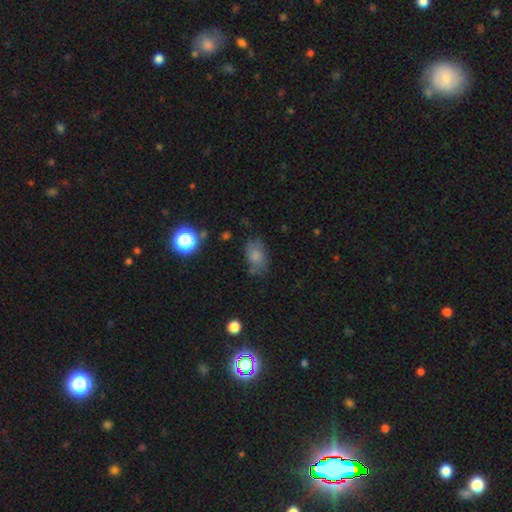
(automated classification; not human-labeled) This appears to be a smooth galaxy with no disk features (66%) that is in between round and cigar-shaped (82%). Merging: none (63%).